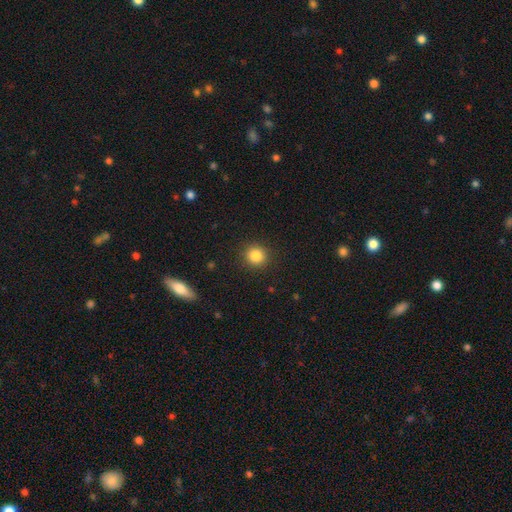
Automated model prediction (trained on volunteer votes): A smooth galaxy with no disk features (84%) that is round (91%). Merging: none (91%).